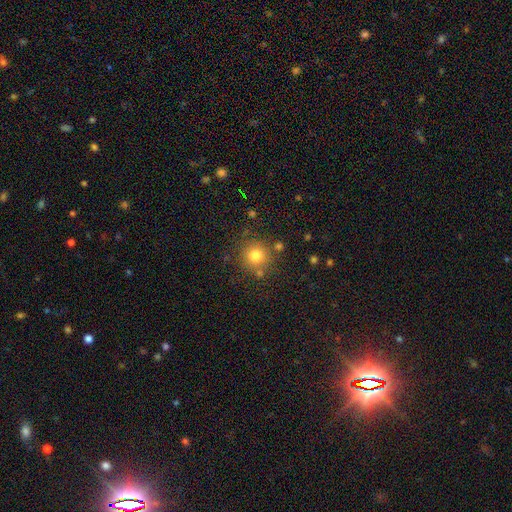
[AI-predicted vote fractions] Smooth or featured? smooth (78%)
How rounded? round (93%)
Merging? none (81%)